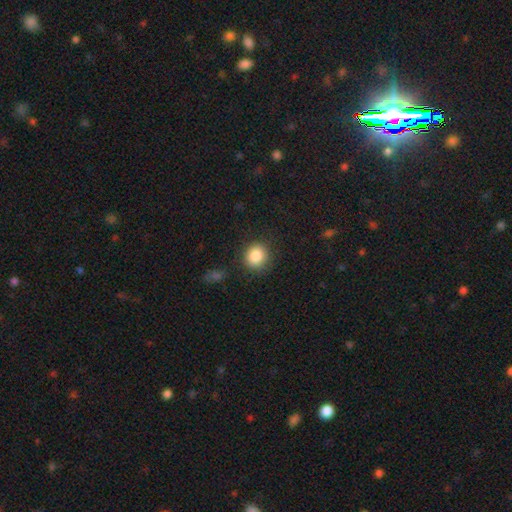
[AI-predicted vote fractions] Q: Smooth or featured?
A: smooth (86%); runner-up: star or artifact (9%)
Q: How rounded?
A: round (86%); runner-up: in between (13%)
Q: Merging?
A: none (87%); runner-up: minor disturbance (8%)